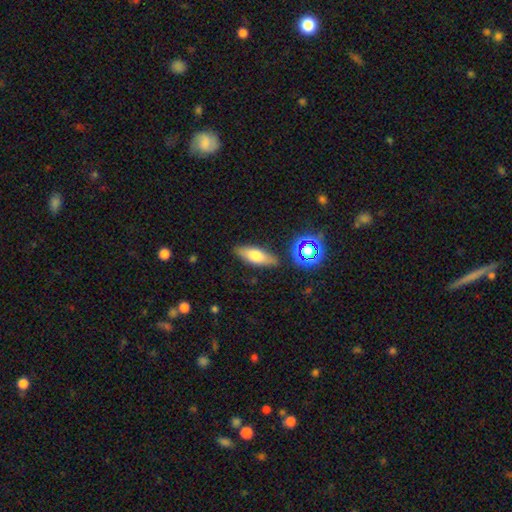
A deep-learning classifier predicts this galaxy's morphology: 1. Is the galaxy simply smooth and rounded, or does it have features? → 66% smooth, 25% featured or disk, 10% star or artifact.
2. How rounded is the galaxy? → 64% in between, 32% cigar-shaped, 4% round.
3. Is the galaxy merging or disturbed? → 84% none, 10% minor disturbance, 3% merger, 2% major disturbance.